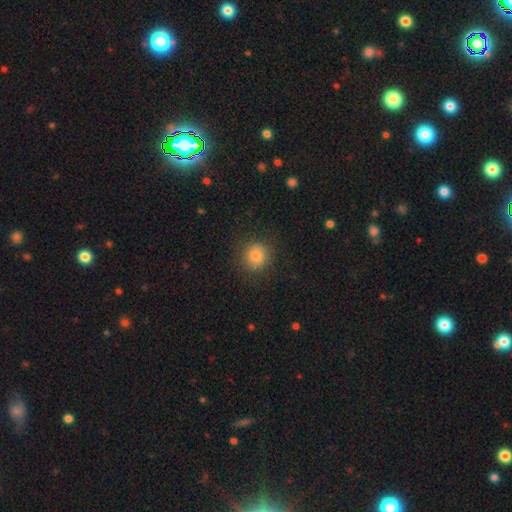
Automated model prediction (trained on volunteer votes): Smooth or featured?
  - smooth: 82% *
  - star or artifact: 11%
  - featured or disk: 7%
How rounded?
  - round: 87% *
  - in between: 12%
  - cigar-shaped: 1%
Merging?
  - none: 87% *
  - minor disturbance: 9%
  - major disturbance: 3%
  - merger: 1%